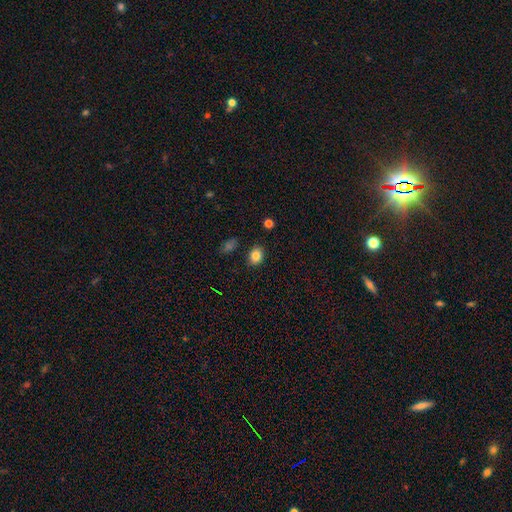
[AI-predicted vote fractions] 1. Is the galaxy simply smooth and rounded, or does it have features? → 84% smooth, 10% star or artifact, 6% featured or disk.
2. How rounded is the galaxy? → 59% in between, 40% round, 1% cigar-shaped.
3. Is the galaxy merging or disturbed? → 86% none, 10% minor disturbance, 2% major disturbance, 2% merger.